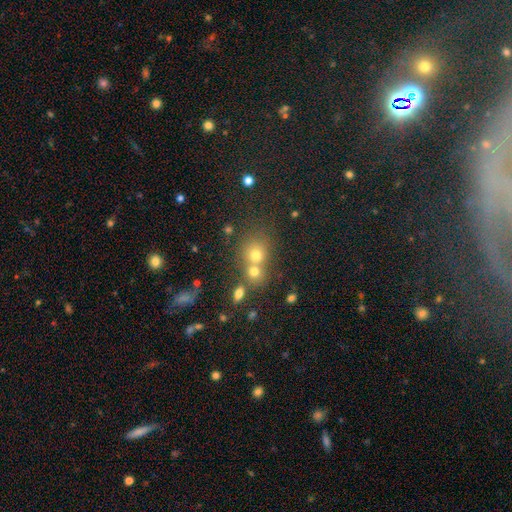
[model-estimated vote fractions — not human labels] smooth-or-featured: smooth: 61% | star or artifact: 26% | featured or disk: 13%
  how-rounded: round: 79% | in between: 20% | cigar-shaped: 1%
  merging: none: 48% | merger: 41% | minor disturbance: 8% | major disturbance: 4%